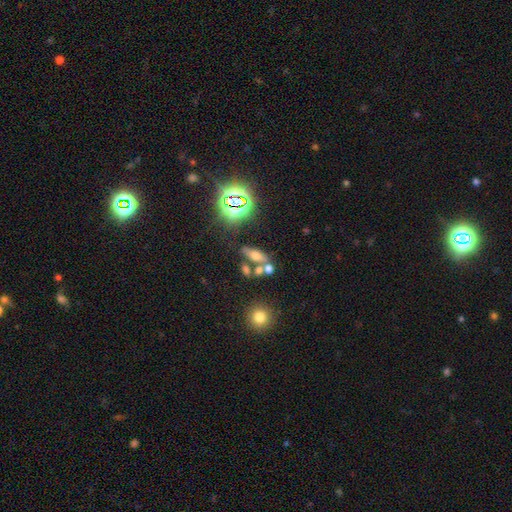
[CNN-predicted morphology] Smooth or featured: smooth — 53% (star or artifact — 24%)
How rounded: in between — 66% (cigar-shaped — 24%)
Merging: none — 52% (merger — 29%)